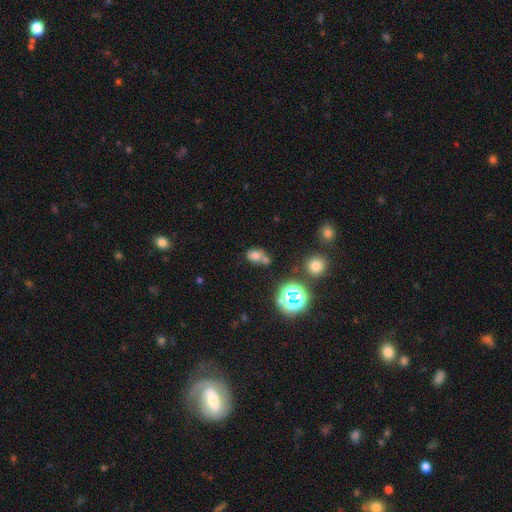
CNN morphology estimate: The model was most divided on "merging": none: 41%, merger: 35%, minor disturbance: 16%, major disturbance: 7%. More confident: smooth or featured — smooth (67%); how rounded — in between (58%).